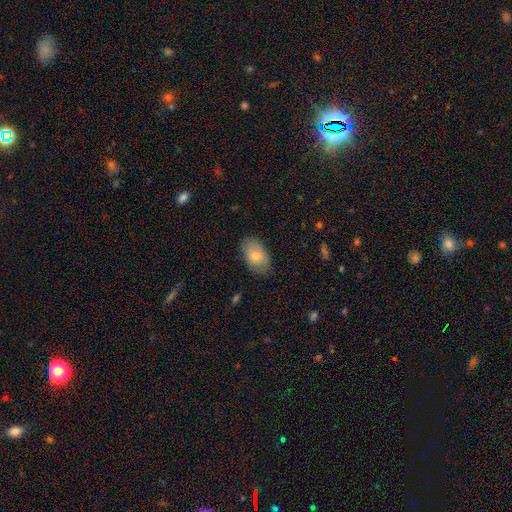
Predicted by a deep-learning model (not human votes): A smooth galaxy with no disk features (71%) that is in between round and cigar-shaped (91%). Merging: none (81%).